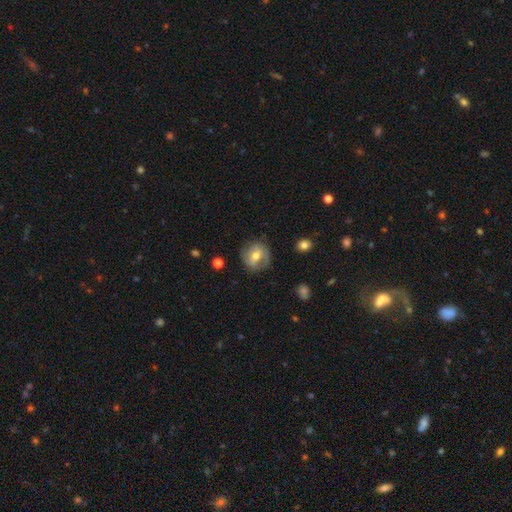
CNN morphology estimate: smooth_or_featured: featured or disk (p=0.55) [alt: smooth p=0.37]
disk_edge_on: no (p=0.95) [alt: yes p=0.05]
bar: weak (p=0.41) [alt: no p=0.35]
has_spiral_arms: yes (p=0.73) [alt: no p=0.27]
bulge_size: moderate (p=0.66) [alt: small p=0.28]
merging: none (p=0.74) [alt: minor disturbance p=0.17]